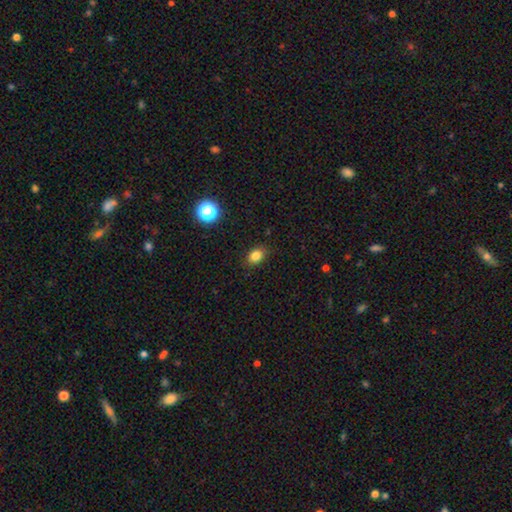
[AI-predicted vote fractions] The model was most divided on "how rounded": in between: 64%, round: 35%, cigar-shaped: 1%. More confident: merging — none (86%); smooth or featured — smooth (82%).